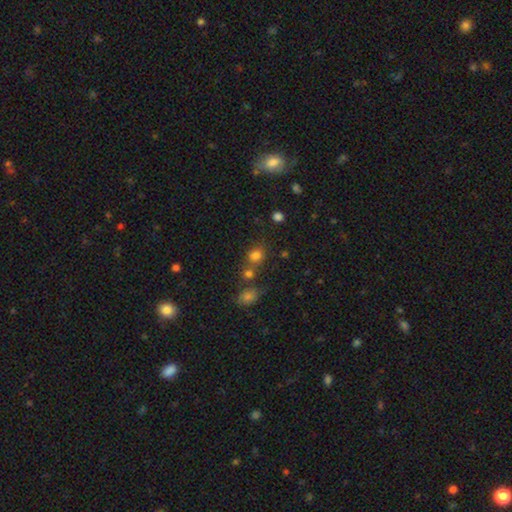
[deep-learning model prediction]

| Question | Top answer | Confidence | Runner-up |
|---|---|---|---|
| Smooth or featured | smooth | 74% | star or artifact (18%) |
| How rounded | round | 65% | in between (34%) |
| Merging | none | 53% | merger (28%) |